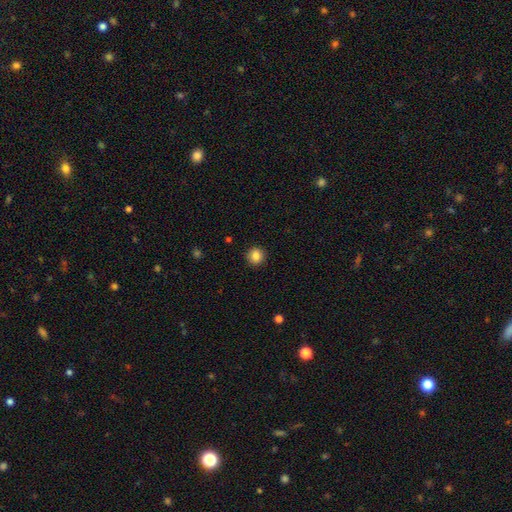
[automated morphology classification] The model was most divided on "smooth or featured": smooth: 85%, star or artifact: 10%, featured or disk: 5%. More confident: how rounded — round (93%); merging — none (92%).